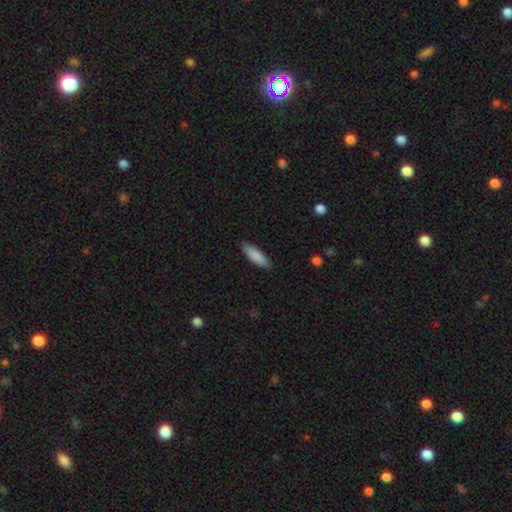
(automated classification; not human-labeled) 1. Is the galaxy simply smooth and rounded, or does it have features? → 87% smooth, 8% featured or disk, 5% star or artifact.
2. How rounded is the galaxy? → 50% cigar-shaped, 49% in between, 1% round.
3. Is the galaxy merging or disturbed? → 86% none, 11% minor disturbance, 2% major disturbance, 1% merger.